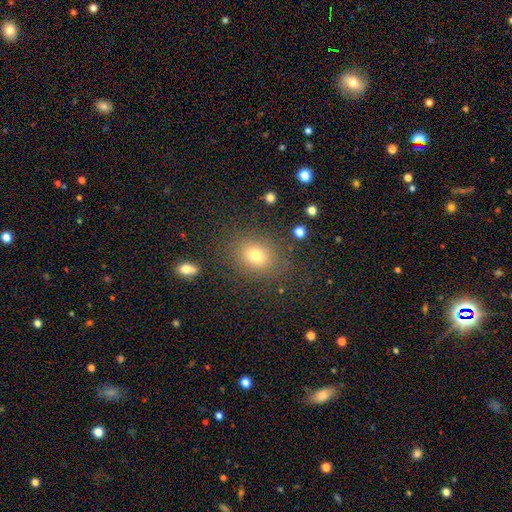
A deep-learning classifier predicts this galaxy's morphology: type=smooth (75%); roundness=round (56%); merging=none (83%).